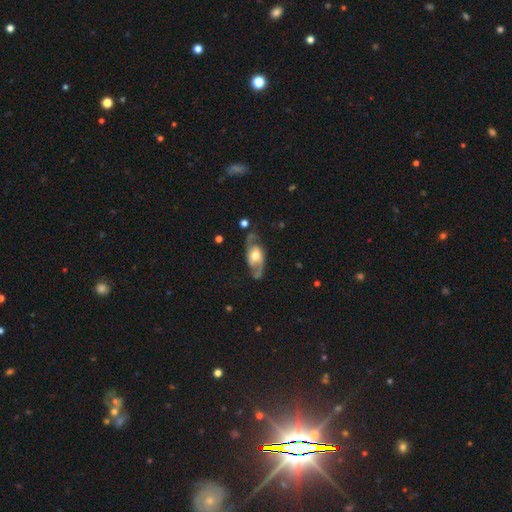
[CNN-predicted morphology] This is clearly a featured or disk galaxy (83%). It is clearly not viewed edge-on (92%). Bar: likely no (62%). Spiral arm pattern: clearly yes (92%). Spiral arm count: clearly 2 (91%). Spiral winding: possibly medium (48%). Central bulge: likely moderate (66%). Merging: likely none (75%).